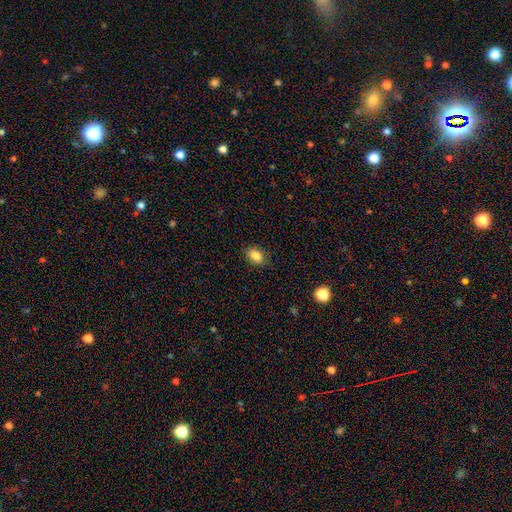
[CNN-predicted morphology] This appears to be a smooth galaxy with no disk features (85%) that is in between round and cigar-shaped (80%). Merging: none (84%).